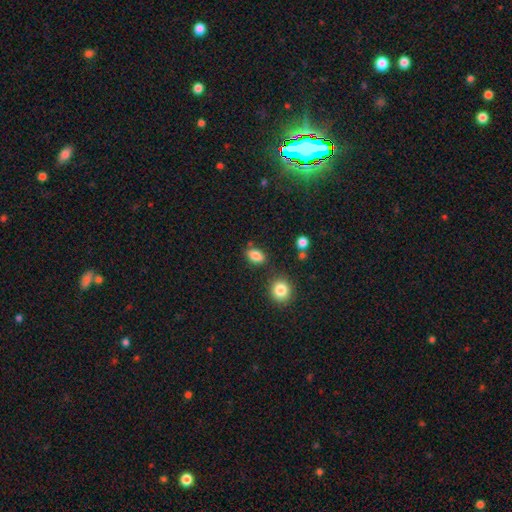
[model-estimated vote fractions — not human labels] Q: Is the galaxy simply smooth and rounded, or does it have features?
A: smooth — 85%.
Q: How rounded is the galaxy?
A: in between — 81%.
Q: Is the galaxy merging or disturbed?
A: none — 76%.